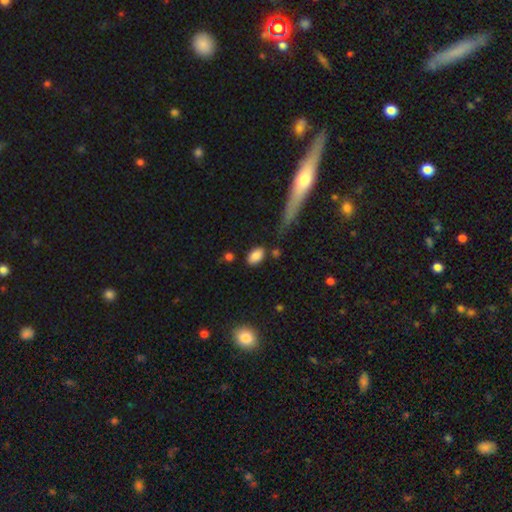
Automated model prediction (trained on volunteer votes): Smooth or featured: smooth — 85% (star or artifact — 8%)
How rounded: in between — 89% (round — 8%)
Merging: none — 81% (minor disturbance — 11%)